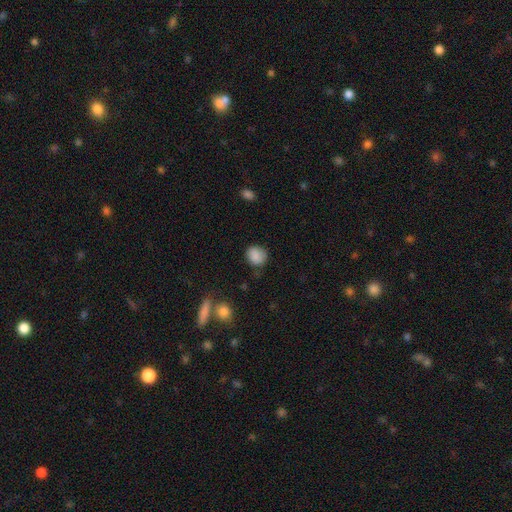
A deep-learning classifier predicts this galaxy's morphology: Smooth or featured? Predicted: smooth (p=0.87). How rounded? Predicted: round (p=0.74). Merging? Predicted: none (p=0.76).